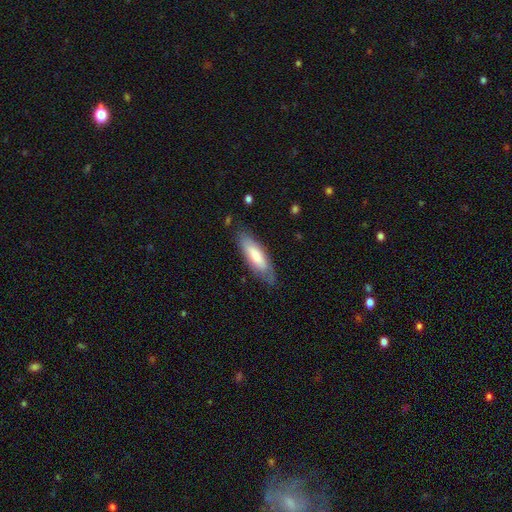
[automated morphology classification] A smooth galaxy with no disk features (67%) that is in between round and cigar-shaped (52%). Merging: none (74%).